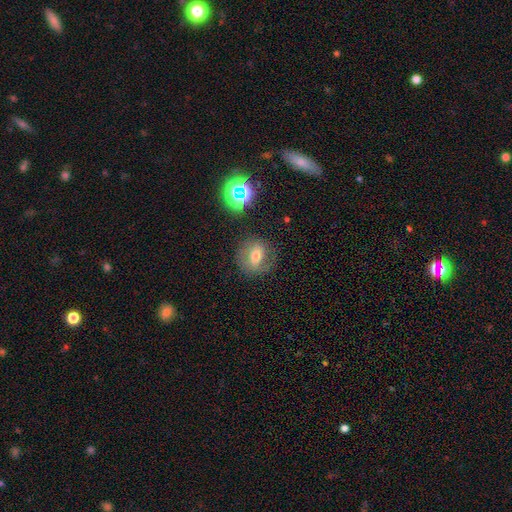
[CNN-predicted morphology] type=smooth (45%); merging=none (73%).